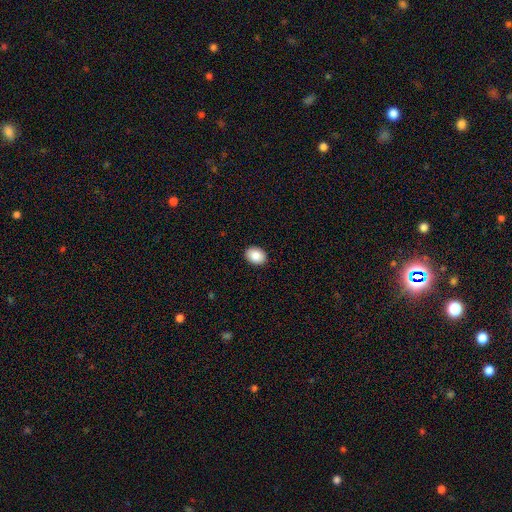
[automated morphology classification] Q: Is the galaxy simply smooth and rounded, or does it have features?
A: smooth — 87%.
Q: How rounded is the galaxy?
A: in between — 63%.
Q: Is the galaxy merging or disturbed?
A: none — 91%.